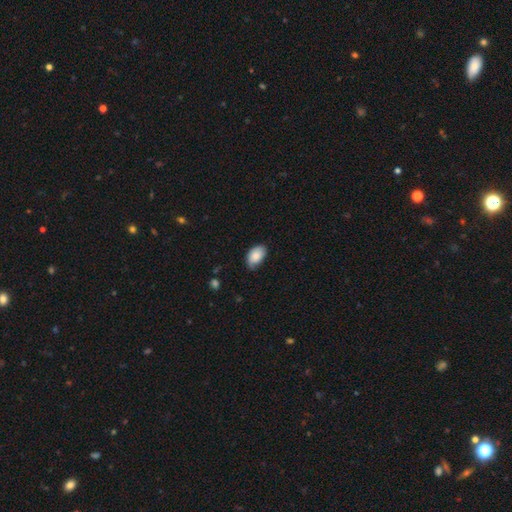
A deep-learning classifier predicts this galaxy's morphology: Smooth or featured? smooth (82%)
How rounded? in between (91%)
Merging? none (65%)